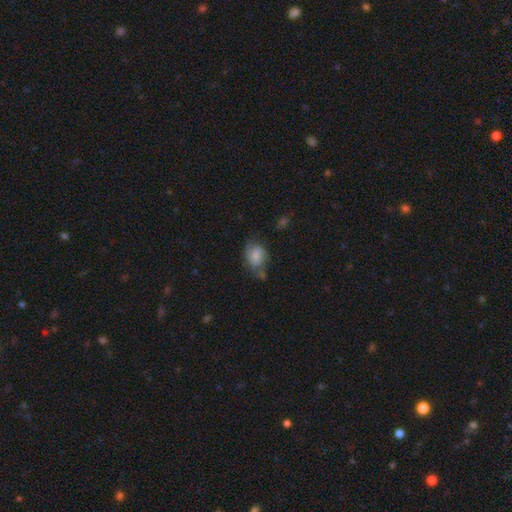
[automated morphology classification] A smooth galaxy with no disk features (52%) that is in between round and cigar-shaped (66%). Merging: none (45%).